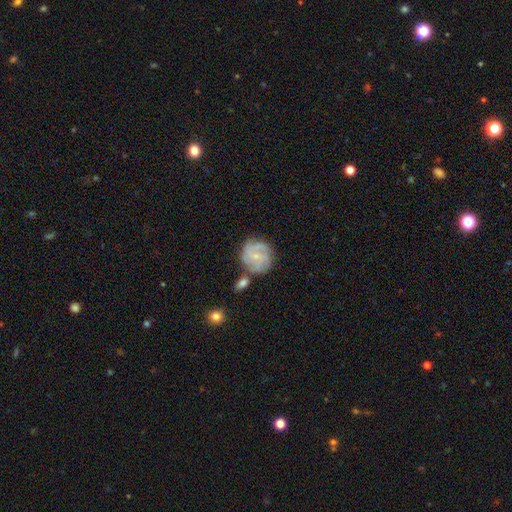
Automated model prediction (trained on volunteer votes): Smooth or featured: featured or disk — 69% (smooth — 23%)
Edge-on disk: no — 98% (yes — 2%)
Bar: no — 67% (weak — 29%)
Spiral arms: yes — 92% (no — 8%)
Spiral winding: tight — 54% (medium — 36%)
Spiral arm count: 3 — 36% (can't tell — 24%)
Bulge size: small — 75% (moderate — 17%)
Merging: none — 63% (minor disturbance — 19%)